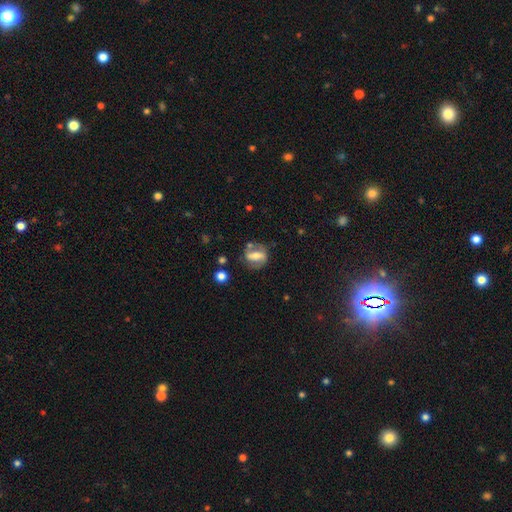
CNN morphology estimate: smooth-or-featured: featured or disk: 55% | smooth: 37% | star or artifact: 8%
  disk-edge-on: no: 89% | yes: 11%
  merging: none: 65% | minor disturbance: 19% | major disturbance: 9% | merger: 7%